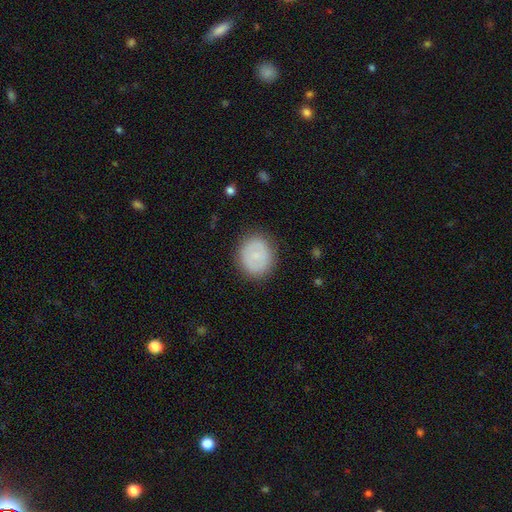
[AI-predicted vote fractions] smooth_or_featured: smooth (p=0.65) [alt: featured or disk p=0.29]
how_rounded: round (p=0.74) [alt: in between p=0.25]
merging: none (p=0.86) [alt: minor disturbance p=0.09]